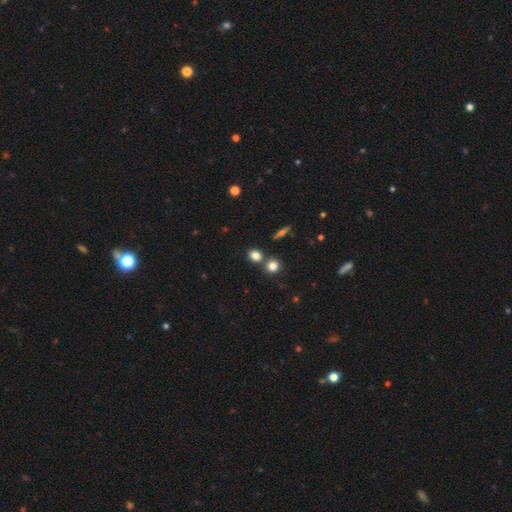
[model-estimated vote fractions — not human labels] A smooth galaxy with no disk features (80%) that is round (74%). Merging: none (69%).